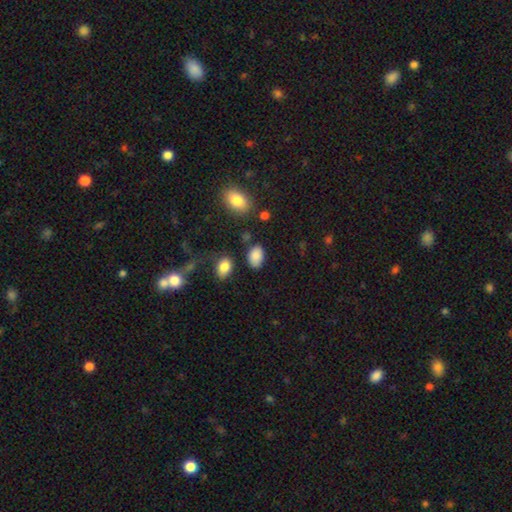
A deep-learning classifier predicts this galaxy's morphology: smooth-or-featured: smooth: 87% | star or artifact: 8% | featured or disk: 5%
  how-rounded: in between: 88% | round: 11% | cigar-shaped: 1%
  merging: none: 79% | minor disturbance: 14% | merger: 4% | major disturbance: 3%